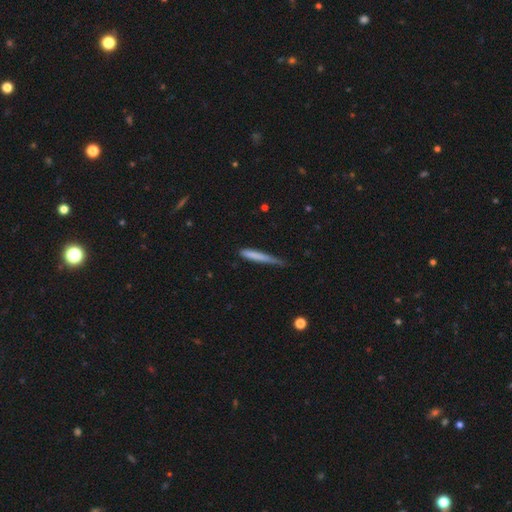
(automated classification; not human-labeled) Smooth or featured? smooth (76%)
How rounded? cigar-shaped (94%)
Merging? none (54%)